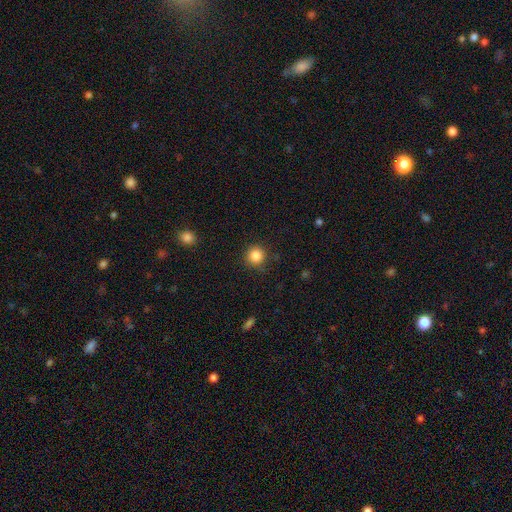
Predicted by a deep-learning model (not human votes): This appears to be a smooth galaxy with no disk features (86%) that is round (94%). Merging: none (89%).